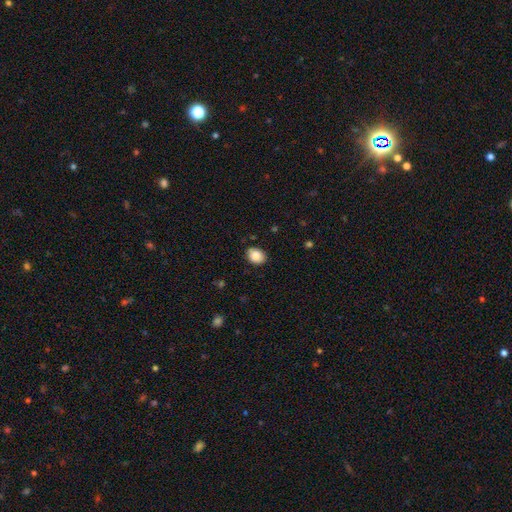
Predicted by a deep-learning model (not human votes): Smooth or featured? Predicted: smooth (p=0.87). How rounded? Predicted: in between (p=0.57). Merging? Predicted: none (p=0.83).